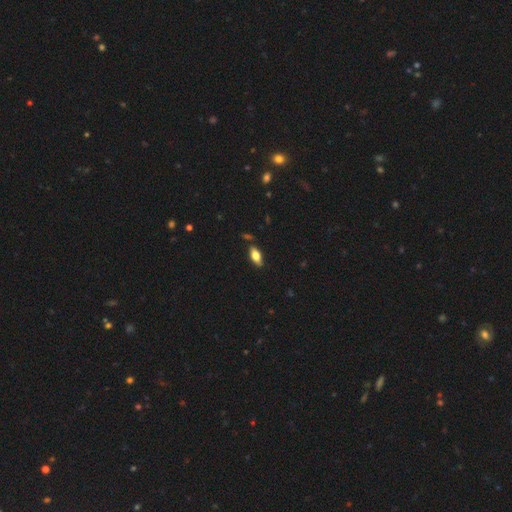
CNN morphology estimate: A smooth galaxy with no disk features (68%) that is in between round and cigar-shaped (85%). Merging: none (82%).